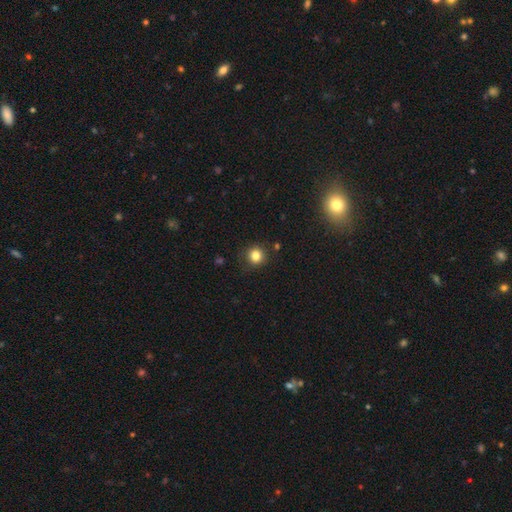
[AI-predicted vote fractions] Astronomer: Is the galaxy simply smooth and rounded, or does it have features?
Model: smooth — 82%.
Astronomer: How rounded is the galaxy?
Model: round — 90%.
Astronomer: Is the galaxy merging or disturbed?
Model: none — 86%.